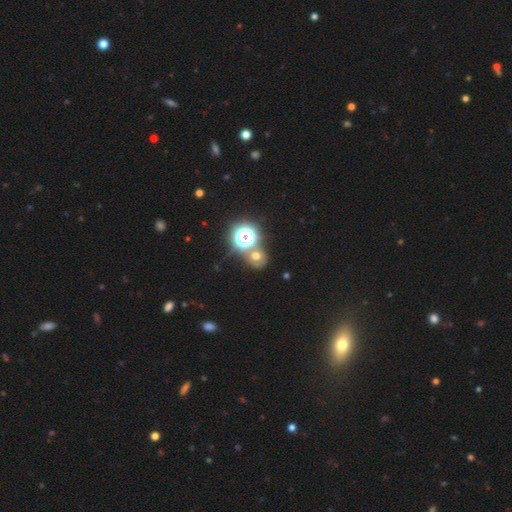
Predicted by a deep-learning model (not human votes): Smooth or featured: smooth — 46% (star or artifact — 37%)
Merging: none — 62% (merger — 21%)